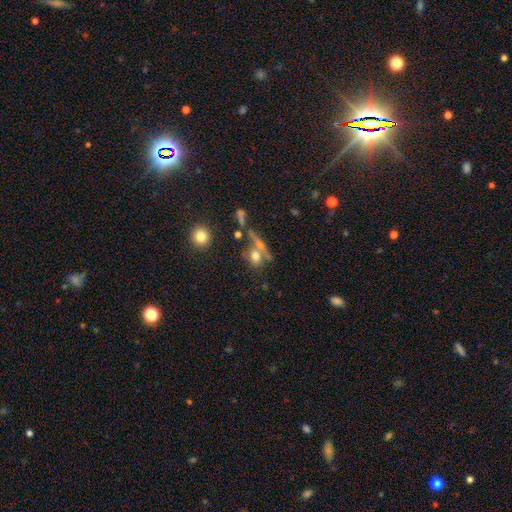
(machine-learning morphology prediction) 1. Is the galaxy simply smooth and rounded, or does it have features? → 64% smooth, 20% featured or disk, 16% star or artifact.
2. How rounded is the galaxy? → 59% round, 33% in between, 8% cigar-shaped.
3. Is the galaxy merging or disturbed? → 42% none, 35% merger, 12% minor disturbance, 11% major disturbance.